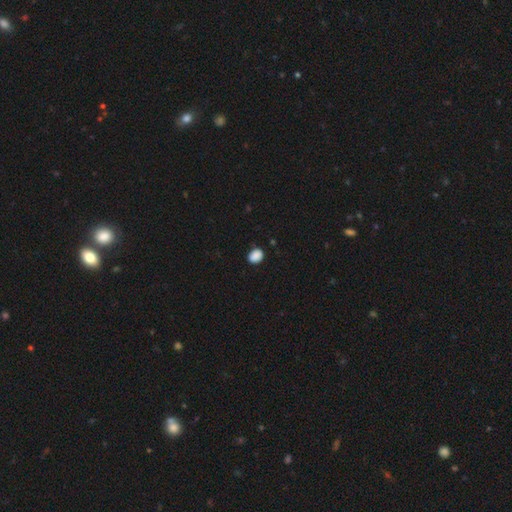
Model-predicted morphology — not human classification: This appears to be a smooth galaxy with no disk features (88%) that is in between round and cigar-shaped (56%). Merging: none (85%).